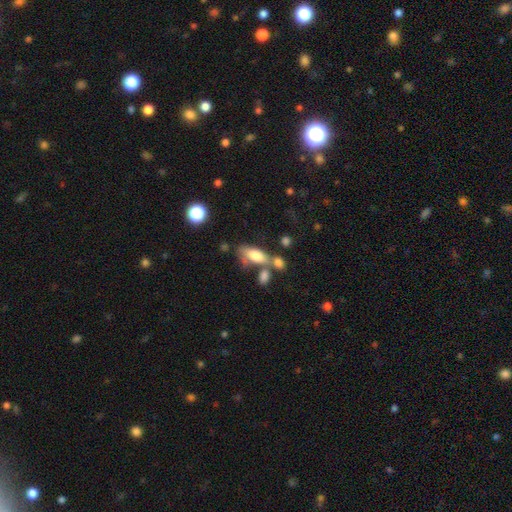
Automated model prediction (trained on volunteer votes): Smooth or featured?
  - smooth: 70% *
  - featured or disk: 21%
  - star or artifact: 8%
How rounded?
  - in between: 80% *
  - cigar-shaped: 17%
  - round: 3%
Merging?
  - none: 40% *
  - merger: 32%
  - minor disturbance: 18%
  - major disturbance: 10%